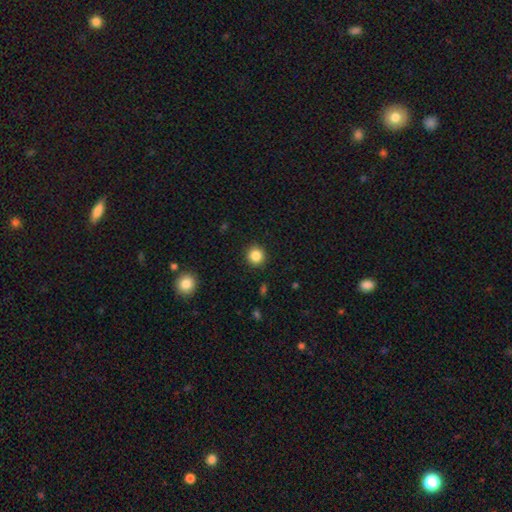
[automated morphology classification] Smooth or featured?
  - smooth: 85% *
  - star or artifact: 11%
  - featured or disk: 4%
How rounded?
  - round: 94% *
  - in between: 5%
  - cigar-shaped: 1%
Merging?
  - none: 92% *
  - minor disturbance: 5%
  - major disturbance: 2%
  - merger: 1%